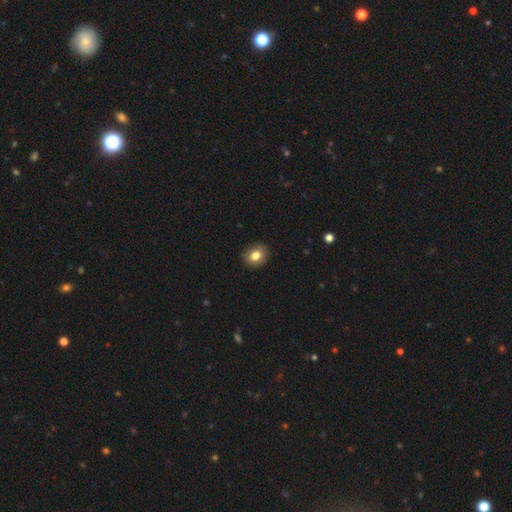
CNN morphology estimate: smooth_or_featured: smooth (p=0.82) [alt: star or artifact p=0.10]
how_rounded: round (p=0.66) [alt: in between p=0.33]
merging: none (p=0.87) [alt: minor disturbance p=0.09]